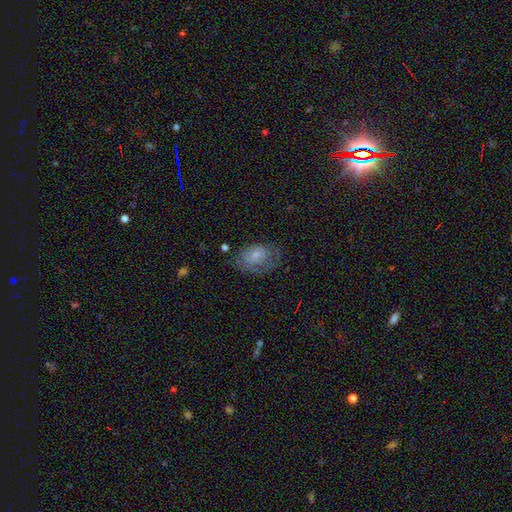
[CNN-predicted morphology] type=smooth (60%); roundness=in between (80%); merging=none (51%).